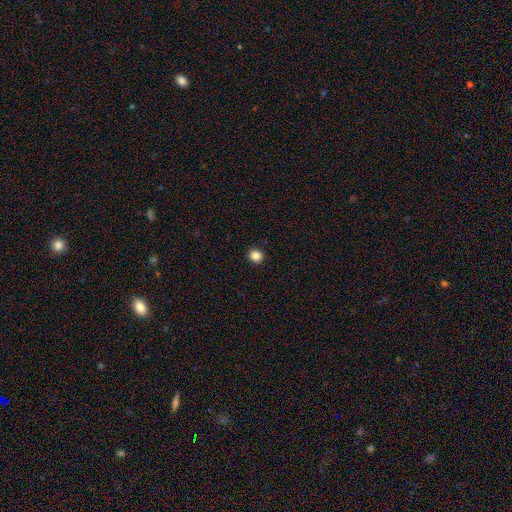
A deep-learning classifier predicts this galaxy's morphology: smooth 85%, star or artifact 11%, featured or disk 4%. Down the decision tree: how rounded — round (90%); merging — none (93%).